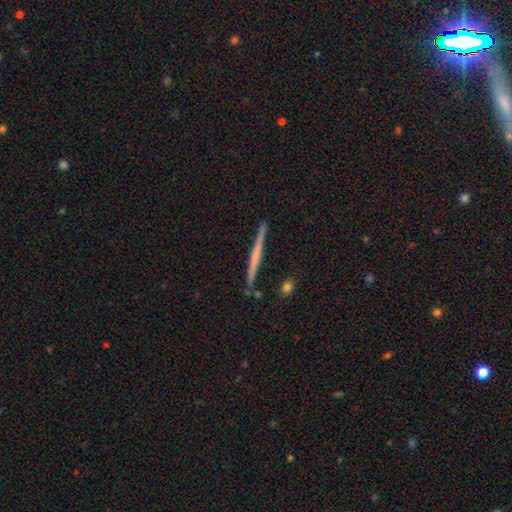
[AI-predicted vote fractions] Overall: featured or disk (56%; smooth 39%). Edge-on disk: yes (98%). Edge-on bulge: none (78%). Merging: none (89%).